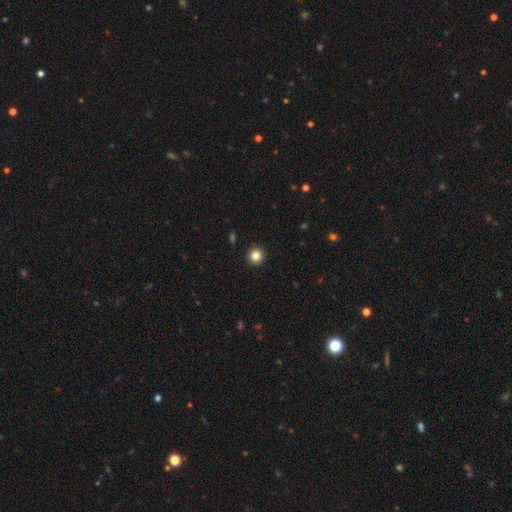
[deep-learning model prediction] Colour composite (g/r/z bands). It shows a smooth galaxy with no disk features (84%) that is round (93%). Merging: none (93%).